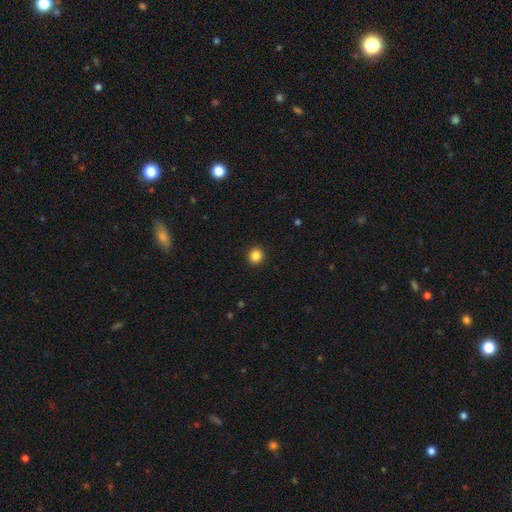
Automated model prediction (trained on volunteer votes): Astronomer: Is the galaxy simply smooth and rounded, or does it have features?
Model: smooth — 86%.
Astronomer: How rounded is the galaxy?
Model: round — 89%.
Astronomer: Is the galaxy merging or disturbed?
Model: none — 93%.